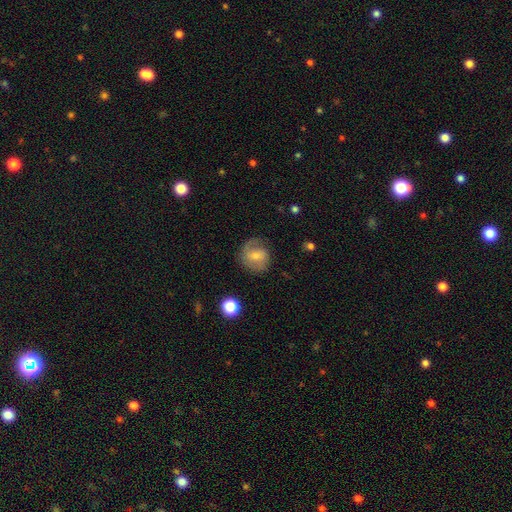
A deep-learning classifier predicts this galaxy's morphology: This appears to be a featured or disk galaxy (59%) with a weak bar (46%), spiral arms (85%) and a small central bulge (49%). Merging: none (71%).